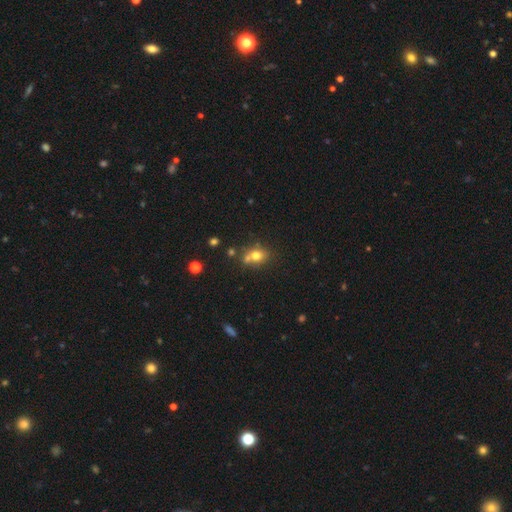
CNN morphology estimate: Smooth or featured?
  - smooth: 71% *
  - featured or disk: 15%
  - star or artifact: 14%
How rounded?
  - round: 54% *
  - in between: 44%
  - cigar-shaped: 2%
Merging?
  - none: 52% *
  - merger: 29%
  - minor disturbance: 14%
  - major disturbance: 5%